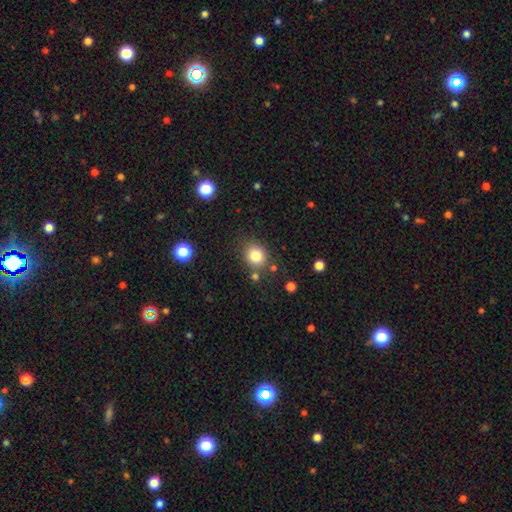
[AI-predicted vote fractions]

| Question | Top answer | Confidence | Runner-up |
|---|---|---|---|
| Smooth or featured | smooth | 82% | star or artifact (11%) |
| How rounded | round | 74% | in between (25%) |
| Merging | none | 77% | minor disturbance (12%) |